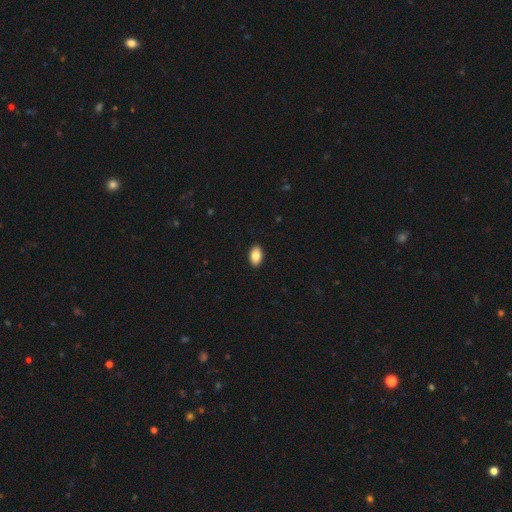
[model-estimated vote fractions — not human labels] This is clearly a smooth galaxy (85%). How rounded: clearly in between (93%). Merging: clearly none (91%).